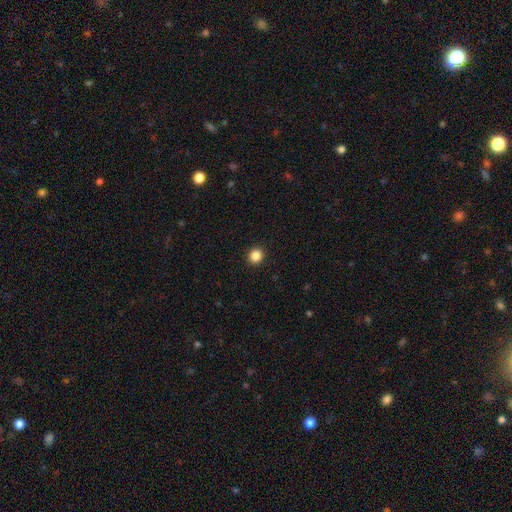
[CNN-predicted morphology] A smooth galaxy with no disk features (86%) that is round (89%). Merging: none (93%).